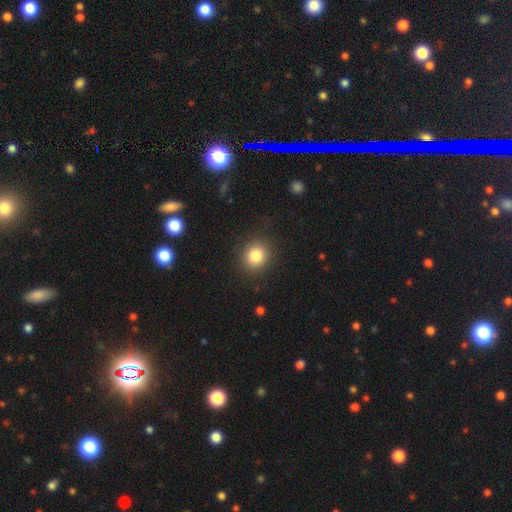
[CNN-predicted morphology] smooth-or-featured: smooth: 82% | star or artifact: 11% | featured or disk: 7%
  how-rounded: round: 82% | in between: 18% | cigar-shaped: 1%
  merging: none: 88% | minor disturbance: 8% | major disturbance: 3% | merger: 1%